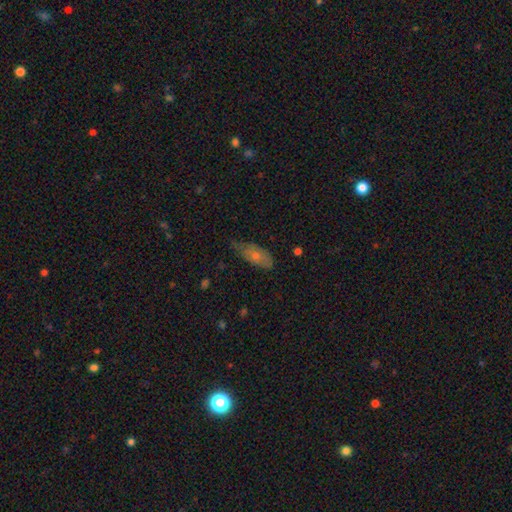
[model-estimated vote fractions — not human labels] Smooth or featured? smooth (55%)
How rounded? in between (77%)
Merging? none (59%)